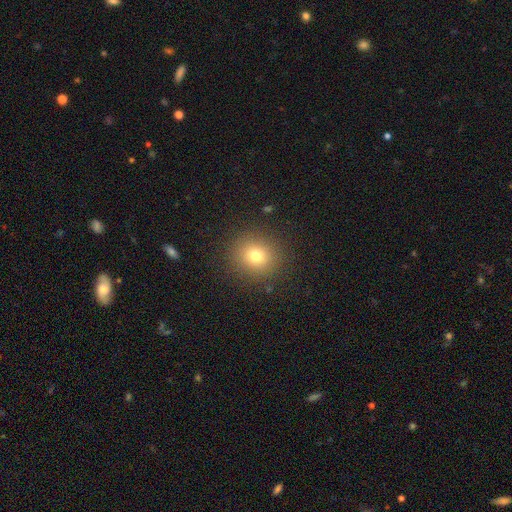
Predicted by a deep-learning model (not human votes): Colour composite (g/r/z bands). It shows a smooth galaxy with no disk features (76%) that is round (88%). Merging: none (89%).